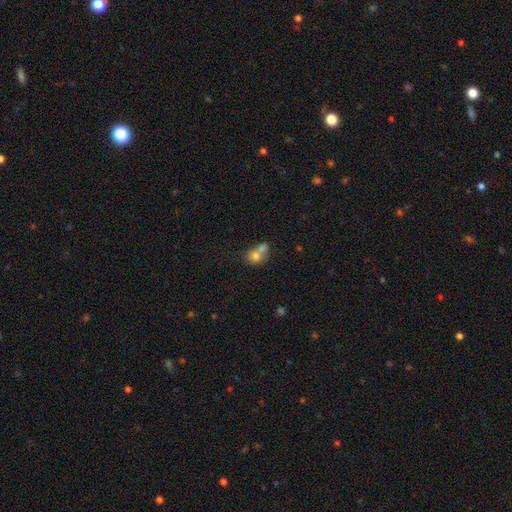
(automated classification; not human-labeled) smooth-or-featured: smooth: 72% | featured or disk: 18% | star or artifact: 11%
  how-rounded: round: 64% | in between: 35% | cigar-shaped: 1%
  merging: merger: 65% | none: 25% | minor disturbance: 7% | major disturbance: 4%